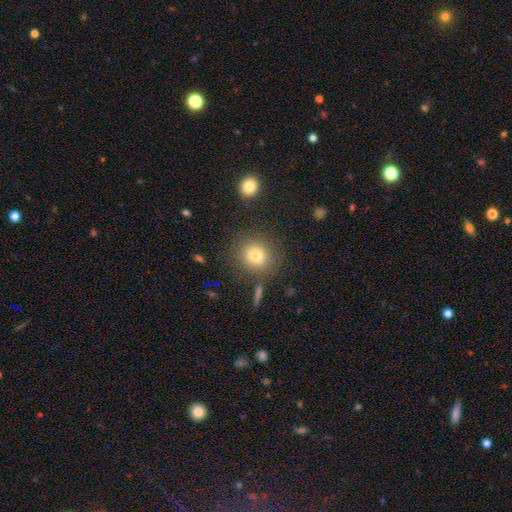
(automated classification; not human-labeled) Q: Smooth or featured?
A: smooth (80%); runner-up: star or artifact (12%)
Q: How rounded?
A: round (78%); runner-up: in between (21%)
Q: Merging?
A: none (82%); runner-up: minor disturbance (10%)